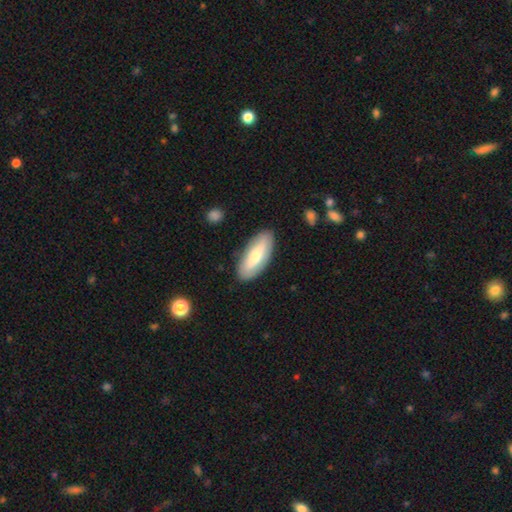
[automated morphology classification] Overall: smooth (66%; featured or disk 29%). How rounded: in between (80%). Merging: none (86%).